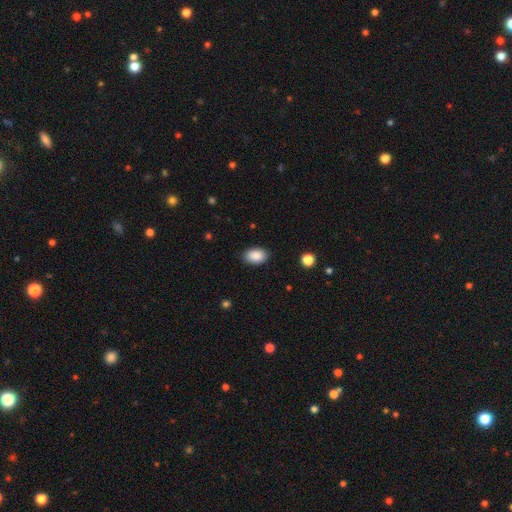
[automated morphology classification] Smooth or featured: smooth — 90% (star or artifact — 7%)
How rounded: in between — 90% (round — 9%)
Merging: none — 87% (minor disturbance — 9%)